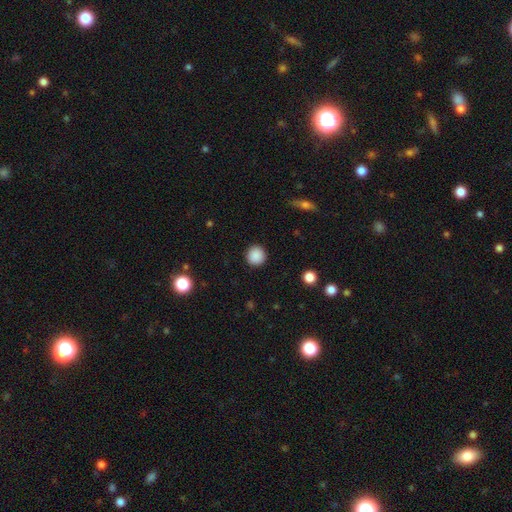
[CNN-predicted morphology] Smooth or featured: smooth — 89% (star or artifact — 9%)
How rounded: round — 94% (in between — 5%)
Merging: none — 92% (minor disturbance — 5%)